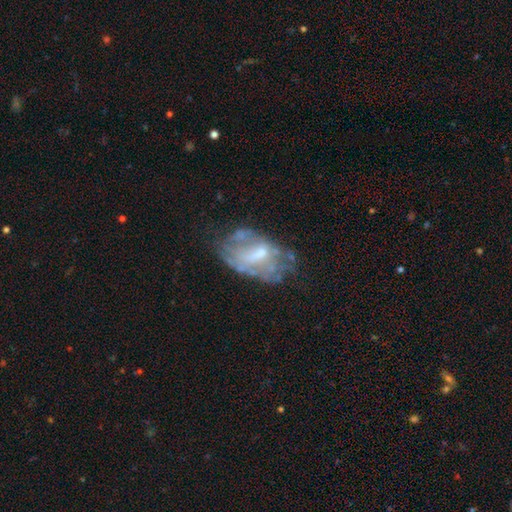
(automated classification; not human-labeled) The model was most divided on "bar": weak: 44%, no: 43%, strong: 13%. Remaining: edge-on disk — no (95%); spiral arms — no (66%); smooth or featured — featured or disk (64%); merging — none (44%); bulge size — small (44%).